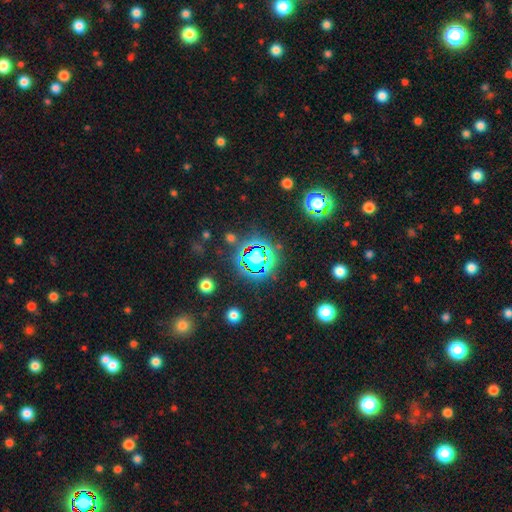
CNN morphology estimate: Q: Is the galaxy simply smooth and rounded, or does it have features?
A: star or artifact — 65%.